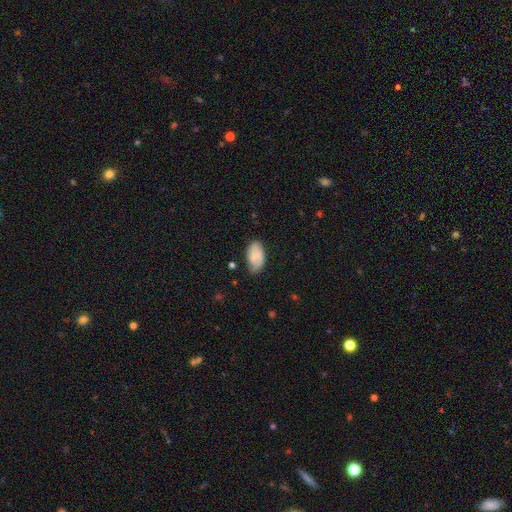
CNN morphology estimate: Smooth or featured: smooth — 65% (featured or disk — 28%)
How rounded: in between — 94% (round — 5%)
Merging: none — 69% (minor disturbance — 24%)